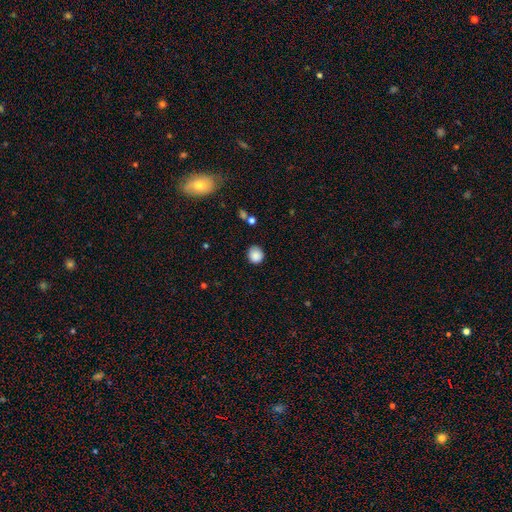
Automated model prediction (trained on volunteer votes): Smooth or featured? smooth (87%)
How rounded? round (88%)
Merging? none (83%)